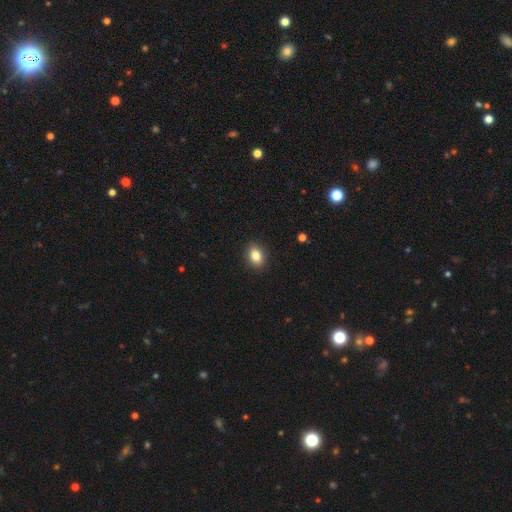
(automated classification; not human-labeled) Smooth or featured? Predicted: smooth (p=0.84). How rounded? Predicted: in between (p=0.74). Merging? Predicted: none (p=0.90).